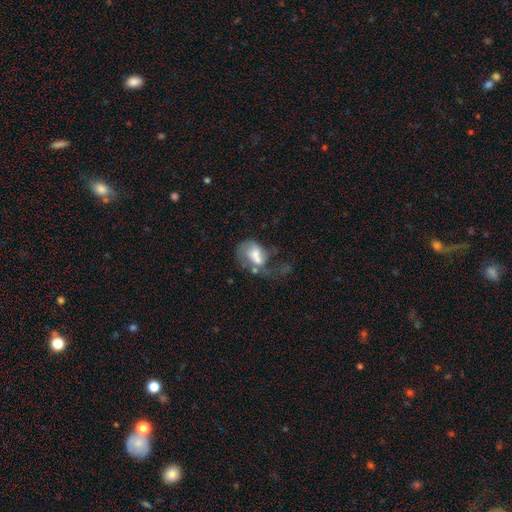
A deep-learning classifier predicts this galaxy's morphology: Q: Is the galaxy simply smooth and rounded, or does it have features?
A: featured or disk — 52%.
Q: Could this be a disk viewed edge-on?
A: no — 97%.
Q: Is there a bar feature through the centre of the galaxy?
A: no — 58%.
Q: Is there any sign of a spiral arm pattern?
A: yes — 56%.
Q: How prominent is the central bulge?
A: moderate — 39%.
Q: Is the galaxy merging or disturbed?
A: major disturbance — 41%.